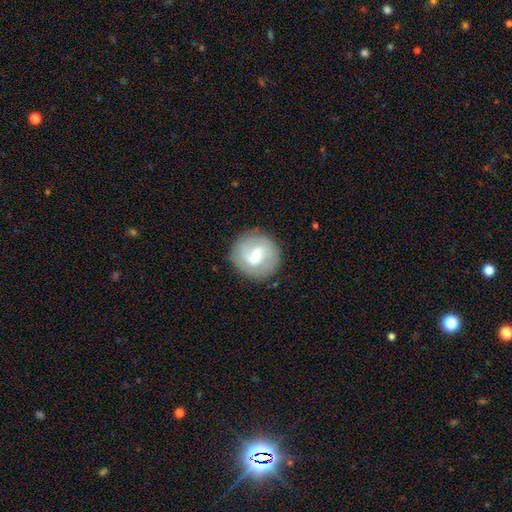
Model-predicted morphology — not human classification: A featured or disk galaxy (62%) with a weak bar (62%), spiral arms (83%) and a moderate central bulge (49%). Merging: none (84%).